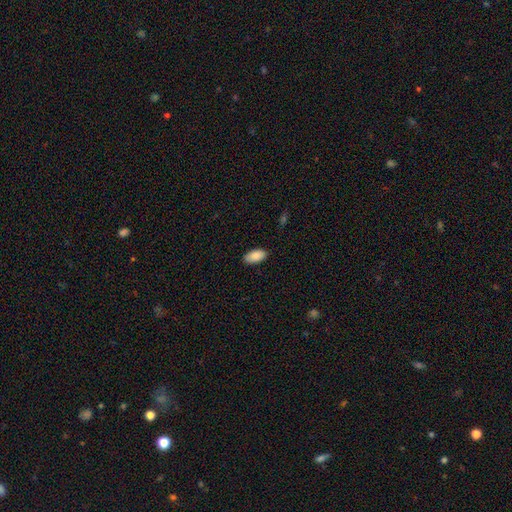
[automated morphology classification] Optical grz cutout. It shows a smooth galaxy with no disk features (88%) that is in between round and cigar-shaped (95%). Merging: none (87%).